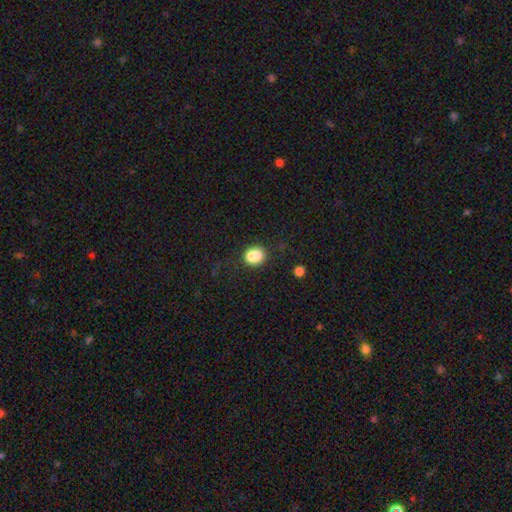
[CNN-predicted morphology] This appears to be a smooth galaxy with no disk features (82%) that is round (62%). Merging: none (65%).